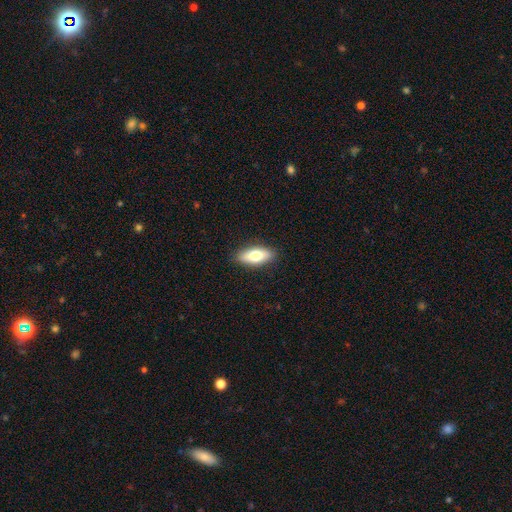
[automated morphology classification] Smooth or featured: smooth — 70% (featured or disk — 23%)
How rounded: in between — 78% (cigar-shaped — 19%)
Merging: none — 89% (minor disturbance — 8%)